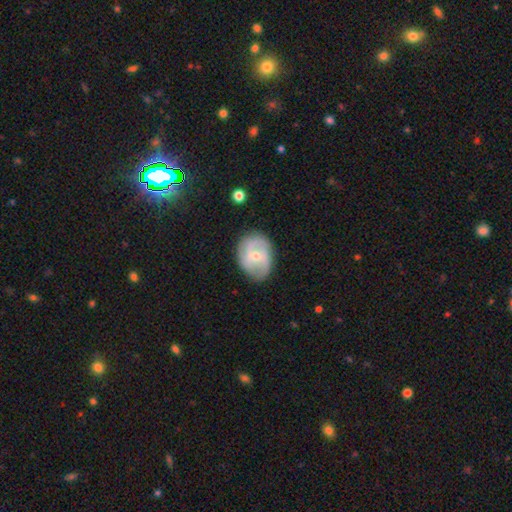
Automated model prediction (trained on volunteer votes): smooth_or_featured: featured or disk (p=0.64) [alt: smooth p=0.29]
disk_edge_on: no (p=0.97) [alt: yes p=0.03]
bar: no (p=0.54) [alt: weak p=0.37]
has_spiral_arms: yes (p=0.80) [alt: no p=0.20]
bulge_size: small (p=0.58) [alt: moderate p=0.39]
merging: none (p=0.73) [alt: minor disturbance p=0.19]